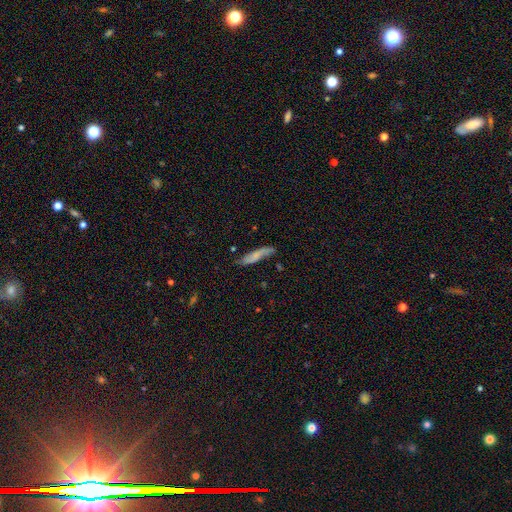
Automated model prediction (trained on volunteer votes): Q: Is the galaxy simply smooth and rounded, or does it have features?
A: smooth — 56%.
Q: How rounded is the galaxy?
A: cigar-shaped — 81%.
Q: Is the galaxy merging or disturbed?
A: none — 68%.